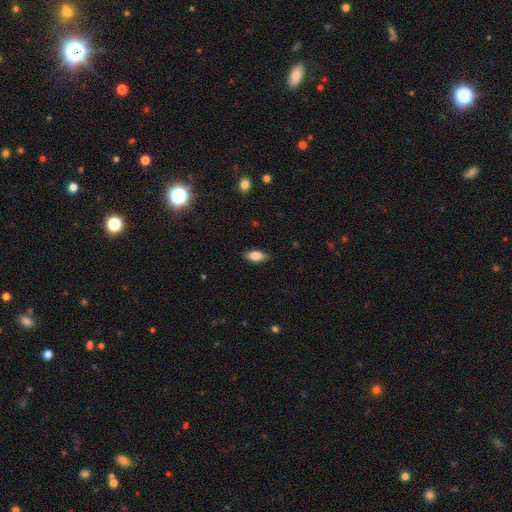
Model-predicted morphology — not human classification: smooth 82%, featured or disk 10%, star or artifact 8%. Down the decision tree: how rounded — in between (87%); merging — none (84%).